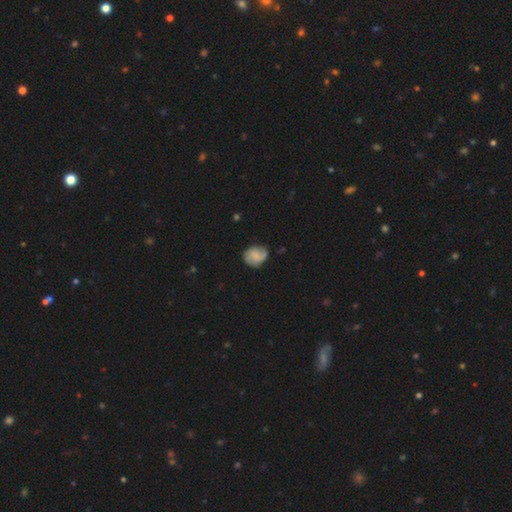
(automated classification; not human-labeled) smooth_or_featured: smooth (p=0.48) [alt: featured or disk p=0.44]
merging: none (p=0.68) [alt: minor disturbance p=0.23]